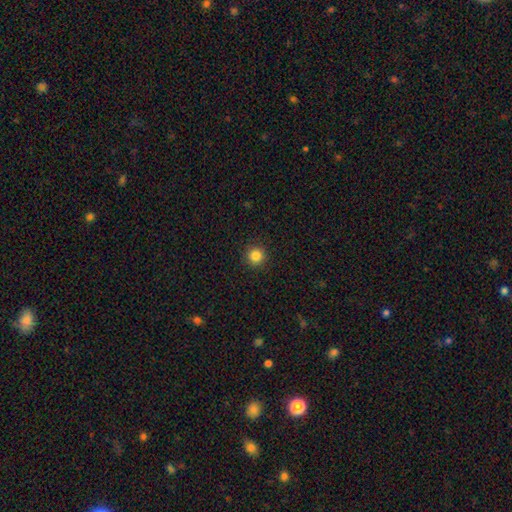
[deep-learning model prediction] Q: Smooth or featured?
A: smooth (84%); runner-up: star or artifact (12%)
Q: How rounded?
A: round (95%); runner-up: in between (4%)
Q: Merging?
A: none (92%); runner-up: minor disturbance (5%)